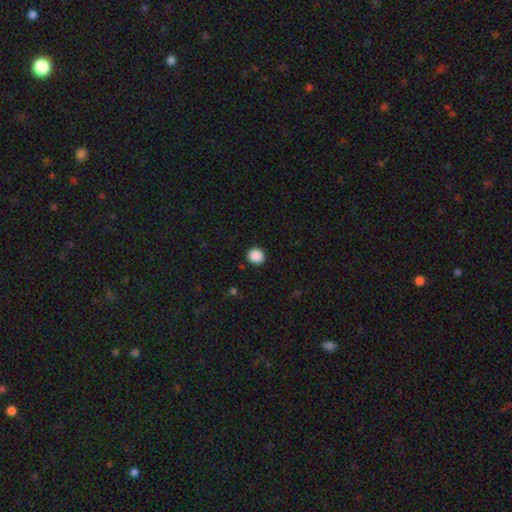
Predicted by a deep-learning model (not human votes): A smooth galaxy with no disk features (89%) that is round (91%). Merging: none (91%).